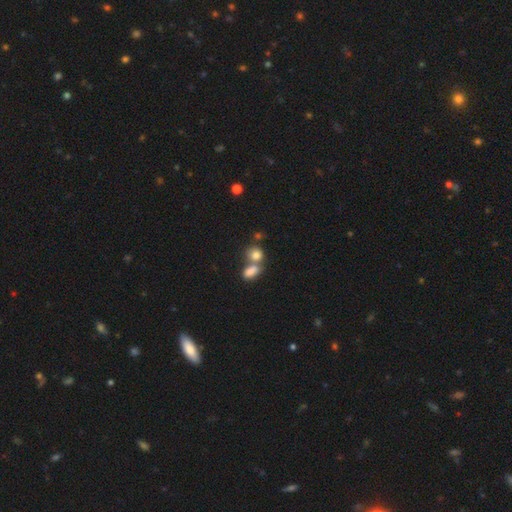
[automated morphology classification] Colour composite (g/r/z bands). It shows a smooth galaxy with no disk features (81%) that is round (58%). Merging: merger (51%).